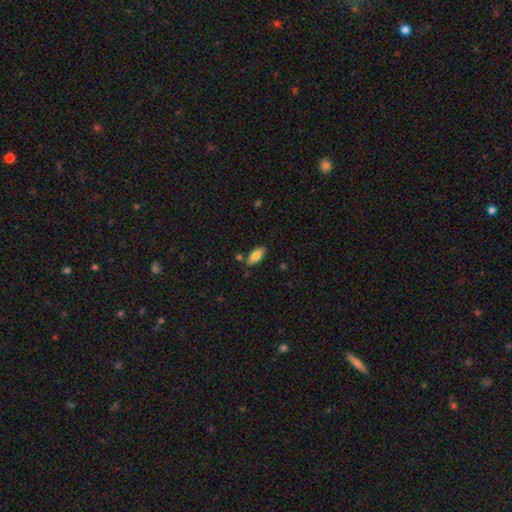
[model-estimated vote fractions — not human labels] smooth_or_featured: smooth (p=0.79) [alt: featured or disk p=0.14]
how_rounded: in between (p=0.84) [alt: cigar-shaped p=0.13]
merging: none (p=0.78) [alt: minor disturbance p=0.14]